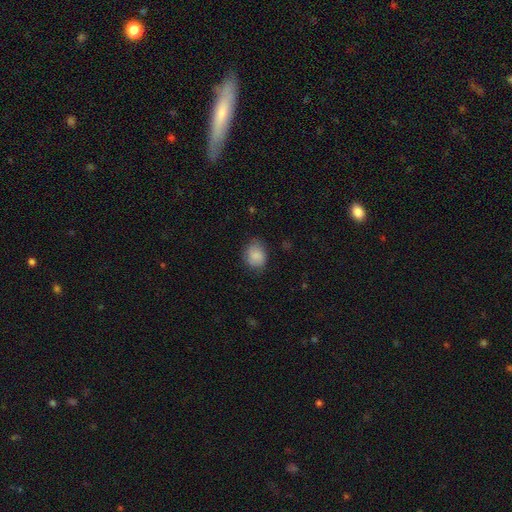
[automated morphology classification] smooth 84%, featured or disk 8%, star or artifact 7%. Down the decision tree: how rounded — round (56%); merging — none (73%).